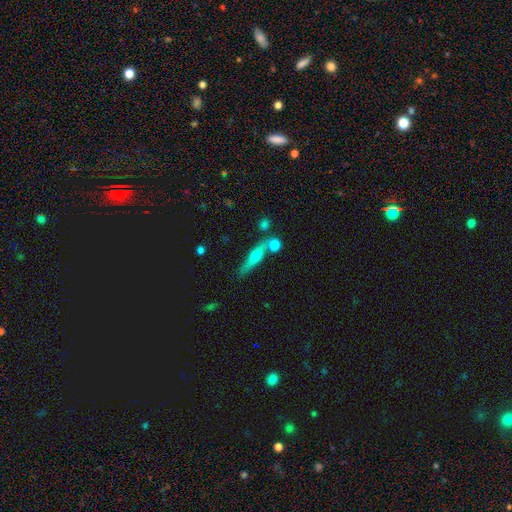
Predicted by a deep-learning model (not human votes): Q: Smooth or featured?
A: featured or disk (51%); runner-up: smooth (42%)
Q: Edge-on disk?
A: yes (91%); runner-up: no (9%)
Q: Merging?
A: none (64%); runner-up: merger (19%)